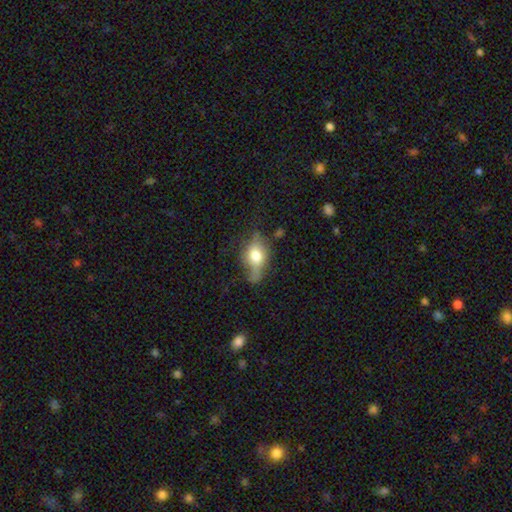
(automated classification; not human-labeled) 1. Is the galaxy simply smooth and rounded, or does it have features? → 56% smooth, 35% featured or disk, 9% star or artifact.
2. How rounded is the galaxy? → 75% in between, 16% round, 9% cigar-shaped.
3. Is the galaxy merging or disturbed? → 46% none, 30% minor disturbance, 18% major disturbance, 5% merger.